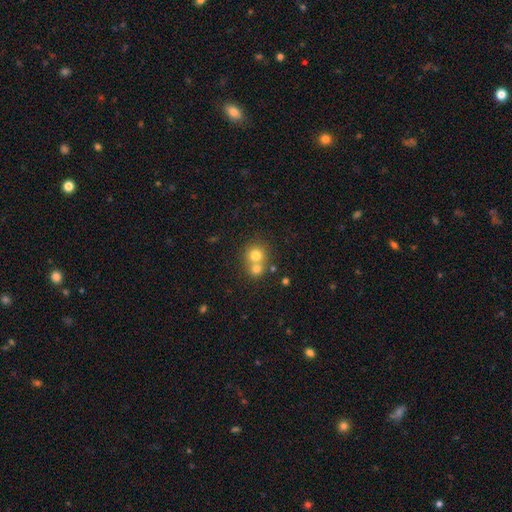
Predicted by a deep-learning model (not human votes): Overall: smooth (75%). How rounded: round (86%). Merging: merger (52%; none 41%).